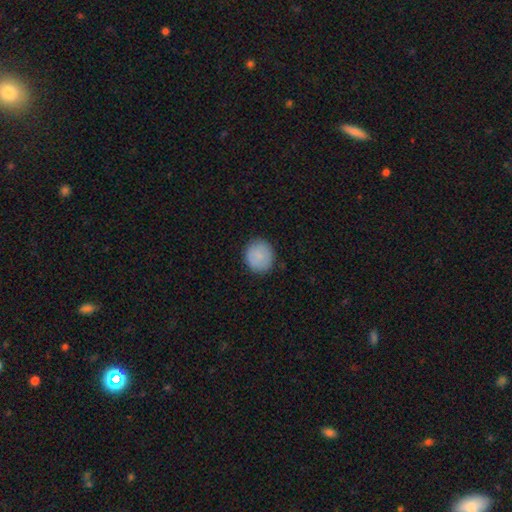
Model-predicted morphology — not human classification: A smooth galaxy with no disk features (86%) that is round (86%). Merging: none (89%).